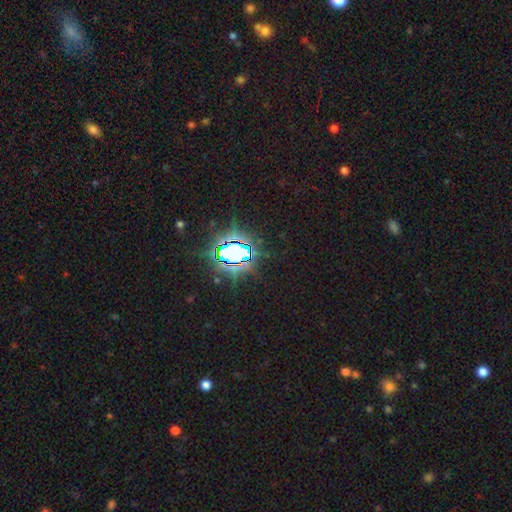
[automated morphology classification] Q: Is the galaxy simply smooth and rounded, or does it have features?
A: star or artifact — 83%.